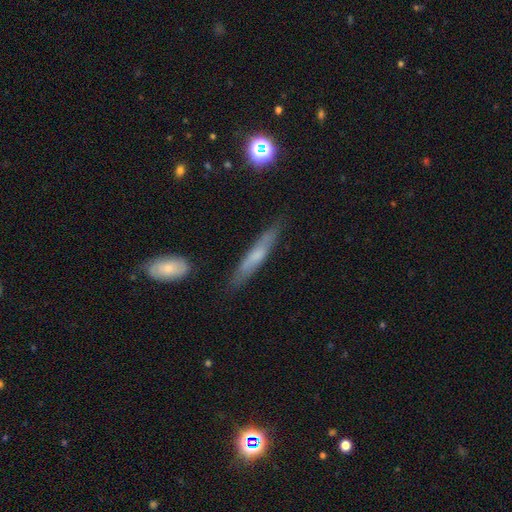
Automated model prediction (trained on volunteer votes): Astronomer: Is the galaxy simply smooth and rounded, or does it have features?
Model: smooth — 51% (runner-up: featured or disk, 41%).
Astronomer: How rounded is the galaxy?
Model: cigar-shaped — 89%.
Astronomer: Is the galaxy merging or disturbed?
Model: none — 82%.